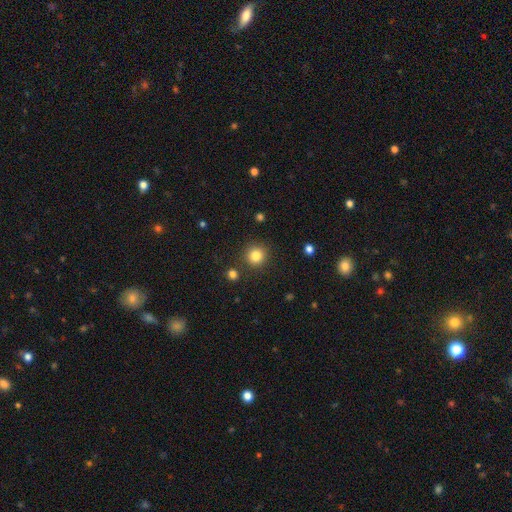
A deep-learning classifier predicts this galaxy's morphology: Smooth or featured? Predicted: smooth (p=0.83). How rounded? Predicted: round (p=0.93). Merging? Predicted: none (p=0.88).